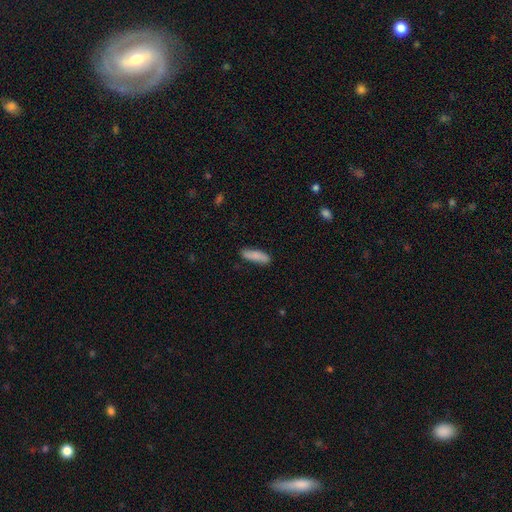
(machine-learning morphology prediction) Overall: smooth (81%). How rounded: cigar-shaped (59%; in between 39%). Merging: none (83%).